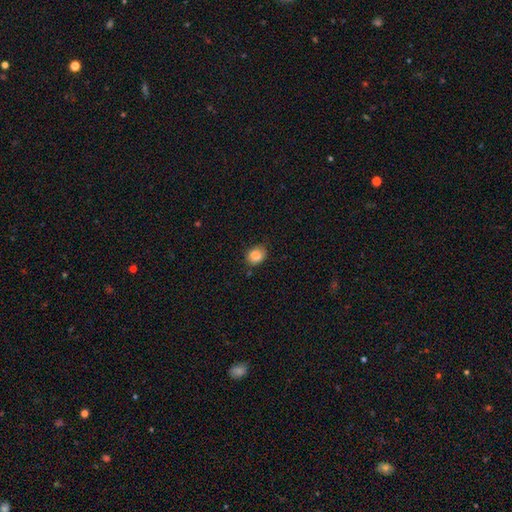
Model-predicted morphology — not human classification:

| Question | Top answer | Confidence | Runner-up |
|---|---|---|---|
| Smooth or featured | smooth | 84% | star or artifact (9%) |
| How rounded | in between | 50% | round (49%) |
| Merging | none | 72% | minor disturbance (21%) |